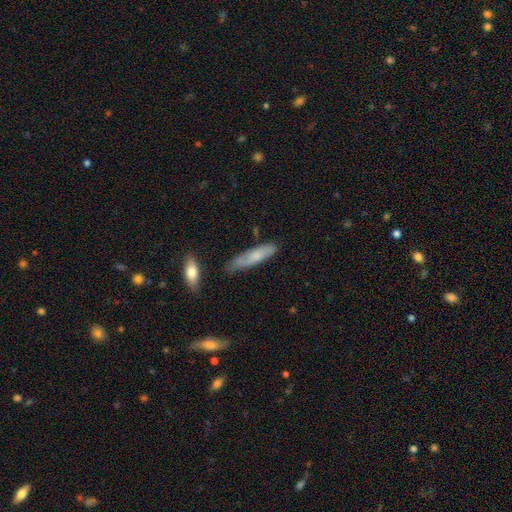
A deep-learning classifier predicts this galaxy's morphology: smooth 66%, featured or disk 28%, star or artifact 7%. Down the decision tree: how rounded — cigar-shaped (74%); merging — none (68%).